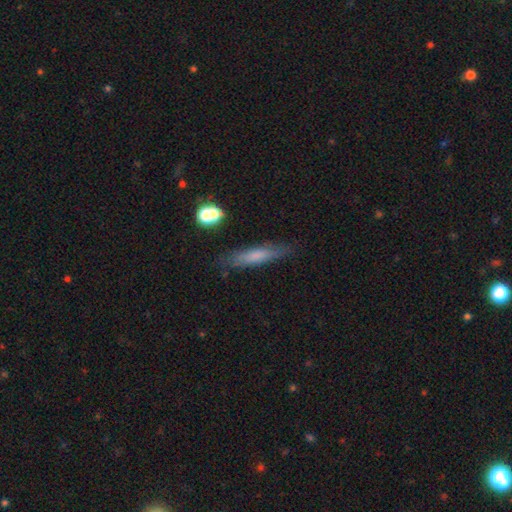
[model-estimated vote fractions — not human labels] The model was most divided on "smooth or featured": smooth: 67%, featured or disk: 24%, star or artifact: 9%. More confident: how rounded — cigar-shaped (84%); merging — none (79%).